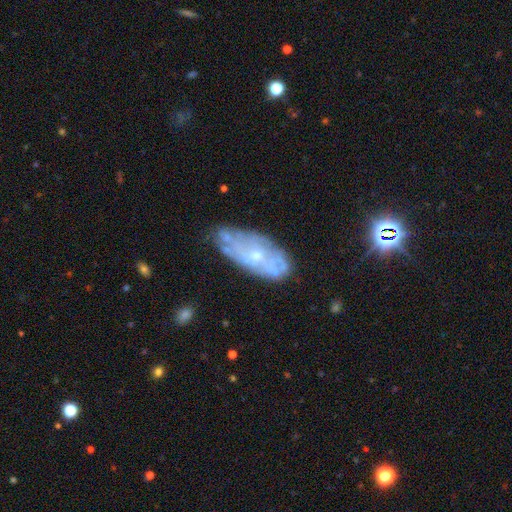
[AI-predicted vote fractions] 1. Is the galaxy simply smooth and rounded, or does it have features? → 66% featured or disk, 25% smooth, 9% star or artifact.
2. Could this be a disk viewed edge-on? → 90% no, 10% yes.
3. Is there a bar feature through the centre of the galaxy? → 84% no, 14% weak, 3% strong.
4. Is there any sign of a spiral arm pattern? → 51% no, 49% yes.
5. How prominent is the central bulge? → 64% small, 31% moderate, 3% none, 1% large, 1% dominant.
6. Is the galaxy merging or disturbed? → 60% none, 26% minor disturbance, 9% major disturbance, 5% merger.